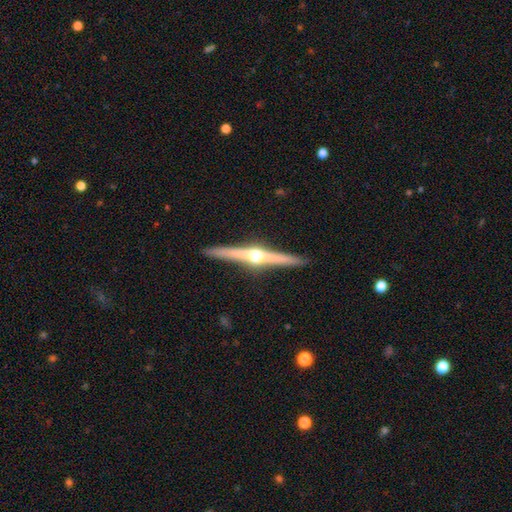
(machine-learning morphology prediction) A featured or disk galaxy (81%) viewed edge-on (98%) with a rounded central bulge (95%).

Vote fractions:
- Smooth or featured? featured or disk: 81% / smooth: 14% / star or artifact: 6%
- Edge-on disk? yes: 98% / no: 2%
- Edge-on bulge? rounded: 95% / none: 2% / boxy: 2%
- Merging? none: 91% / minor disturbance: 7% / major disturbance: 1% / merger: 1%